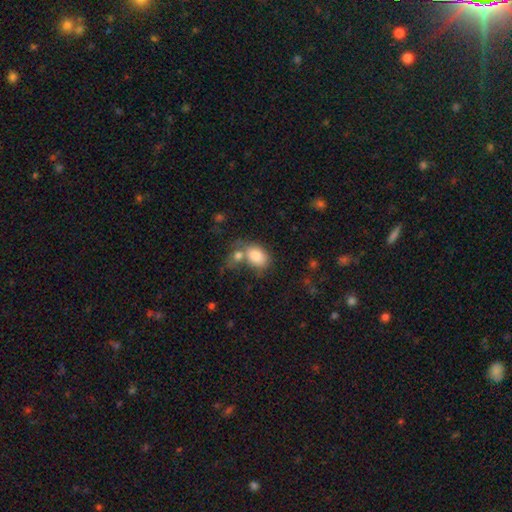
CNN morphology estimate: type=smooth (83%); roundness=in between (85%); merging=merger (45%).